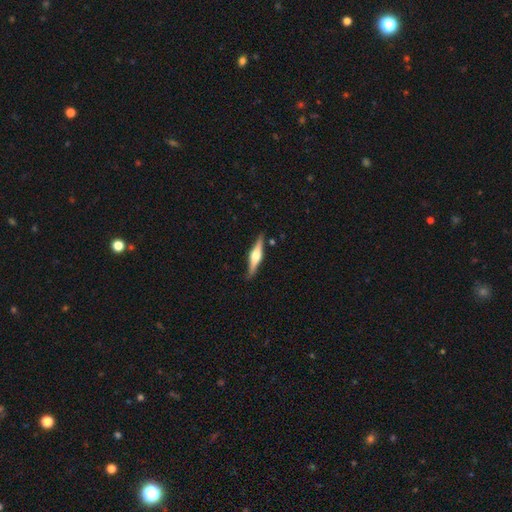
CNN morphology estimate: featured or disk 71%, smooth 24%, star or artifact 5%. Down the decision tree: edge-on disk — yes (98%); edge-on bulge — rounded (90%); merging — none (87%).